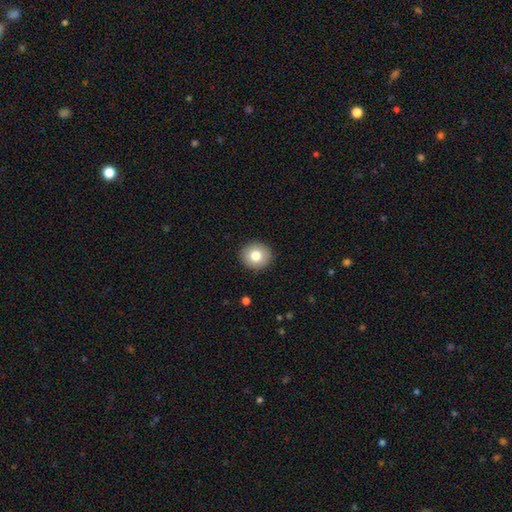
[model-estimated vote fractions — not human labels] This appears to be a smooth galaxy with no disk features (79%) that is round (88%). Merging: none (91%).